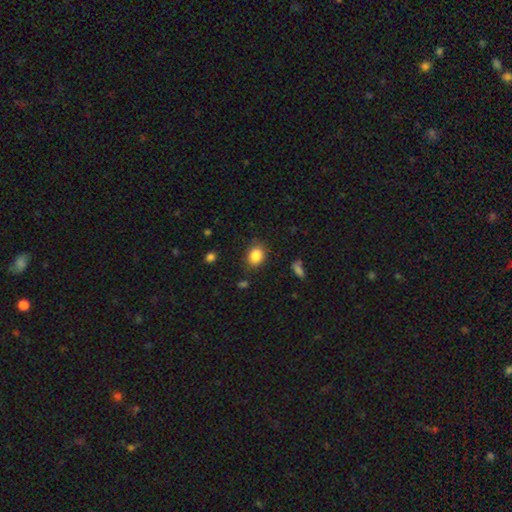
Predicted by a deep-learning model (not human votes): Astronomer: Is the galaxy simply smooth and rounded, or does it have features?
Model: smooth — 86%.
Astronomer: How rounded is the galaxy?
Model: in between — 56% (runner-up: round, 43%).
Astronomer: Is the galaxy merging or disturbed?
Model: none — 82%.